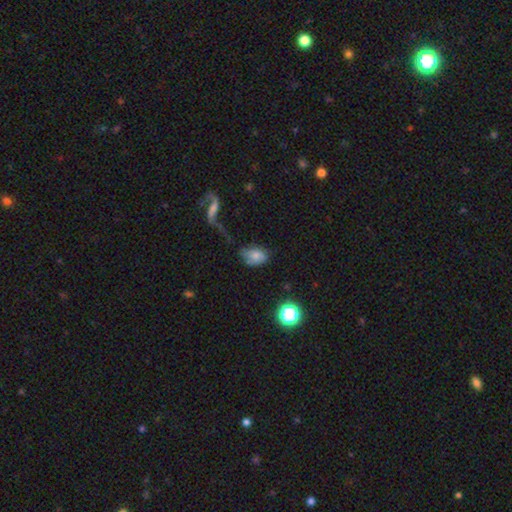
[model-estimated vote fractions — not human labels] Morphology: type=smooth (67%); roundness=in between (79%); merging=none (45%).